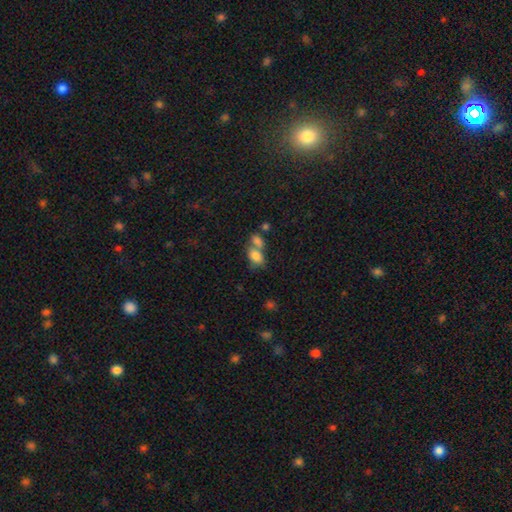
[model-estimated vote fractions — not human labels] Q: Smooth or featured?
A: smooth (79%); runner-up: featured or disk (11%)
Q: How rounded?
A: in between (82%); runner-up: round (16%)
Q: Merging?
A: merger (54%); runner-up: none (29%)